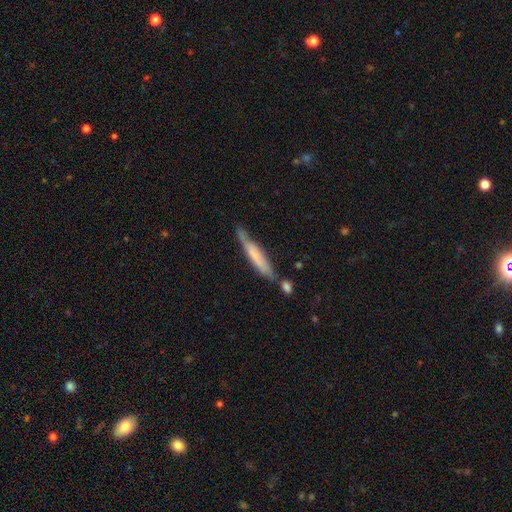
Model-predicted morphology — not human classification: A smooth galaxy with no disk features (52%) that is cigar-shaped (91%).

Vote fractions:
- Smooth or featured? smooth: 52% / featured or disk: 41% / star or artifact: 6%
- How rounded? cigar-shaped: 91% / in between: 8% / round: 1%
- Merging? none: 59% / minor disturbance: 23% / merger: 12% / major disturbance: 6%